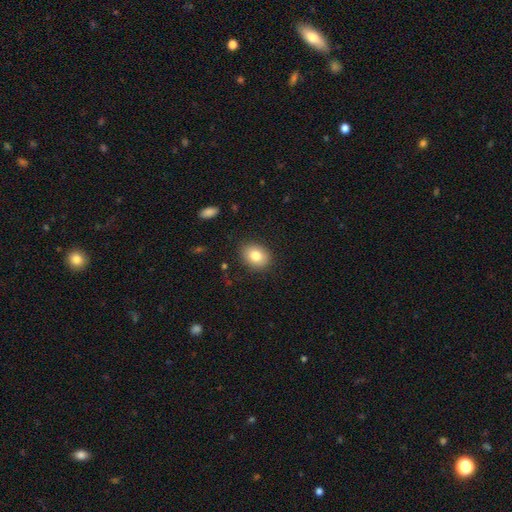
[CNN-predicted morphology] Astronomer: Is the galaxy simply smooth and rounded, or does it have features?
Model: smooth — 82%.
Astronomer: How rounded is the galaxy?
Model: in between — 58% (runner-up: round, 41%).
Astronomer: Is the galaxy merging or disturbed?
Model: none — 87%.